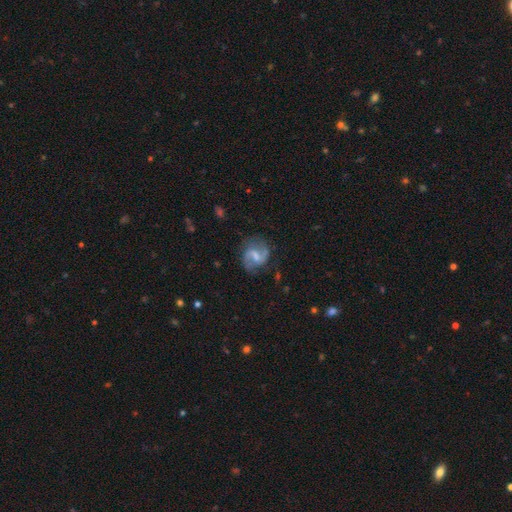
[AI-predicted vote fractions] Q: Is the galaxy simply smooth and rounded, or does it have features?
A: featured or disk — 79%.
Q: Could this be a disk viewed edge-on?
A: no — 98%.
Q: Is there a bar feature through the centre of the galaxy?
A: weak — 56%.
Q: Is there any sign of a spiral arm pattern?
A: yes — 94%.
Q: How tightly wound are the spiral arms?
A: medium — 48%.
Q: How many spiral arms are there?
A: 2 — 89%.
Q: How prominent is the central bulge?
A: small — 36%.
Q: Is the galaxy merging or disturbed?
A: none — 73%.